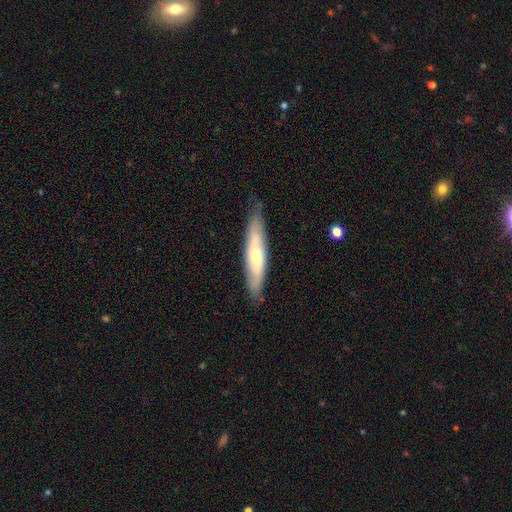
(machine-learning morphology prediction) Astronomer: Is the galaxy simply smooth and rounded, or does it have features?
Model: smooth — 51% (runner-up: featured or disk, 43%).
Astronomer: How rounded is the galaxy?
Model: cigar-shaped — 81%.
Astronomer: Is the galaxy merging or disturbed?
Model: none — 82%.